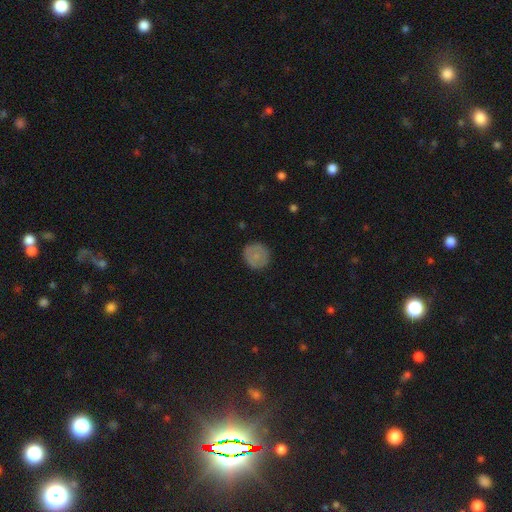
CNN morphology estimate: Overall: smooth (71%). How rounded: round (92%). Merging: none (87%).